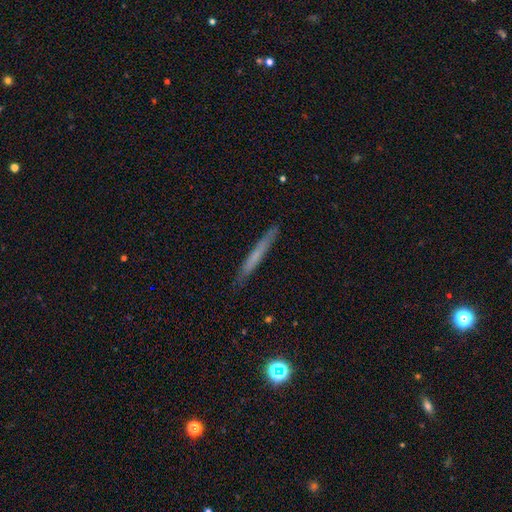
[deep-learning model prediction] Smooth or featured?
  - smooth: 54% *
  - featured or disk: 38%
  - star or artifact: 7%
How rounded?
  - cigar-shaped: 96% *
  - in between: 2%
  - round: 2%
Merging?
  - none: 88% *
  - minor disturbance: 9%
  - major disturbance: 2%
  - merger: 1%